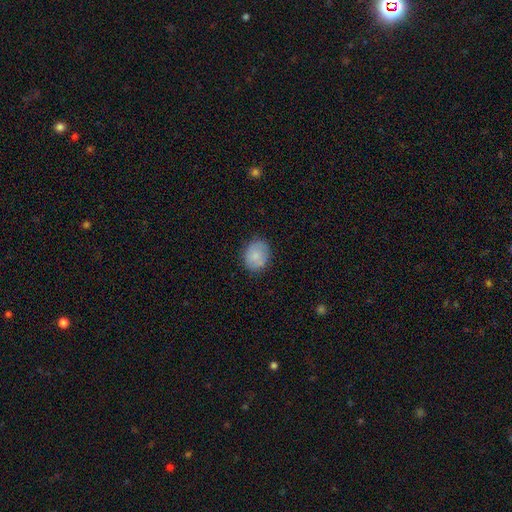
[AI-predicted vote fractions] Overall: smooth (80%). How rounded: round (53%; in between 46%). Merging: none (79%).